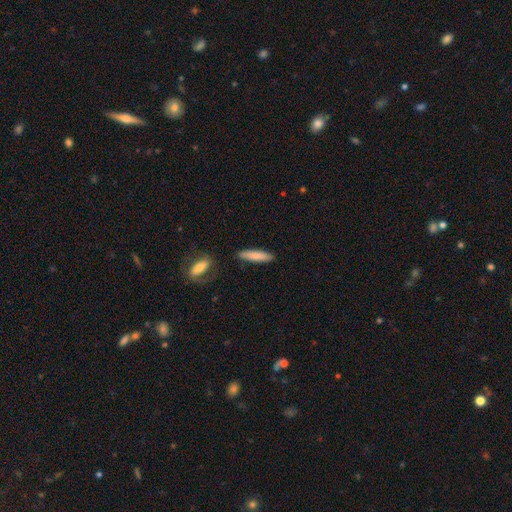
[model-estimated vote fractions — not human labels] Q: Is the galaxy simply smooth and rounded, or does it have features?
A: smooth — 80%.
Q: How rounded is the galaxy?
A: cigar-shaped — 81%.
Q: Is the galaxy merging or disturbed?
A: none — 85%.